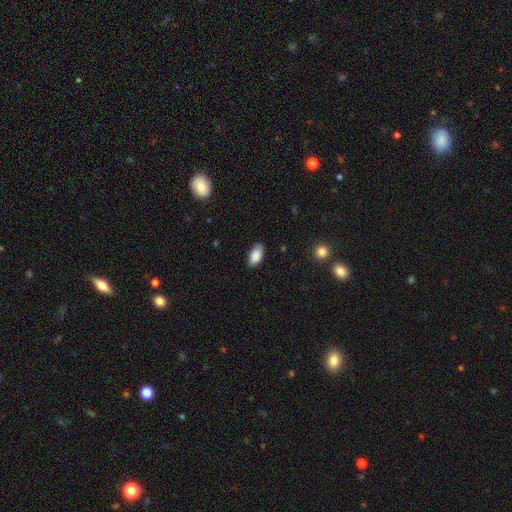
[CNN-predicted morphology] The model was most divided on "merging": none: 81%, minor disturbance: 15%, major disturbance: 3%, merger: 1%. More confident: how rounded — in between (93%); smooth or featured — smooth (87%).